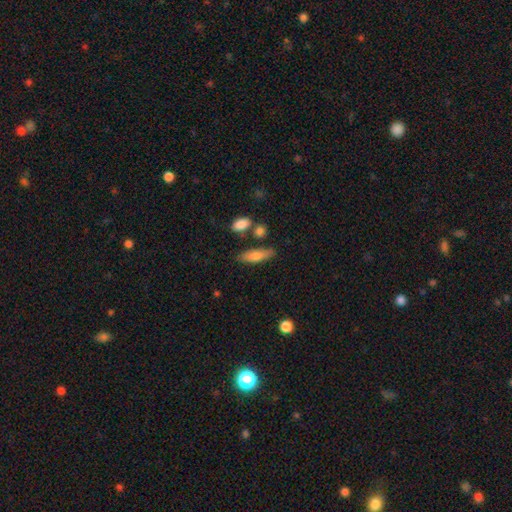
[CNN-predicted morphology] Overall: smooth (74%). How rounded: cigar-shaped (50%; in between 47%). Merging: none (73%).